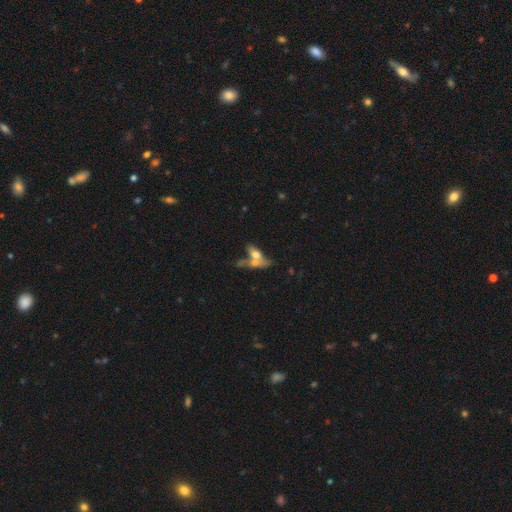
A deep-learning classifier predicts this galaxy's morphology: The model was most divided on "smooth or featured": smooth: 52%, featured or disk: 39%, star or artifact: 9%. More confident: how rounded — in between (65%); merging — merger (61%).